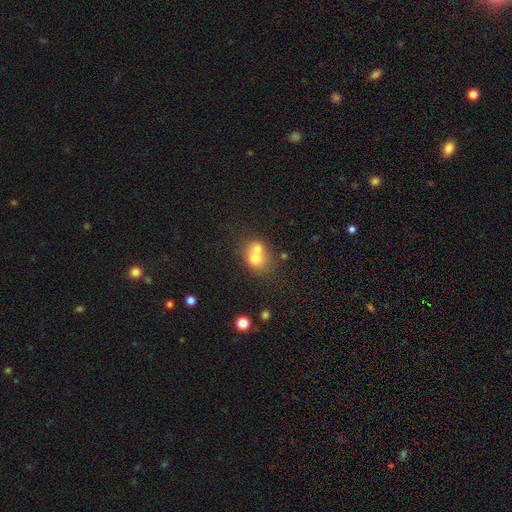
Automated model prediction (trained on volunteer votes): smooth 67%, featured or disk 21%, star or artifact 11%. Down the decision tree: how rounded — round (57%); merging — merger (61%).